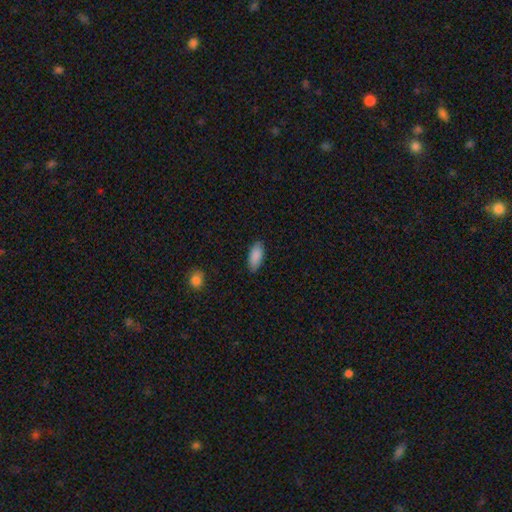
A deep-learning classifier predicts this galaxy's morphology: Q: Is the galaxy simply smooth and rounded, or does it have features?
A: smooth — 89%.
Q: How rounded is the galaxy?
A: in between — 86%.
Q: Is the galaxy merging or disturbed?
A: none — 84%.